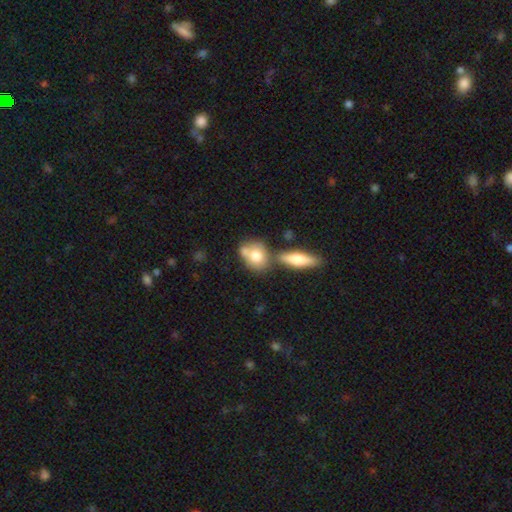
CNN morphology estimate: smooth-or-featured: smooth: 73% | featured or disk: 20% | star or artifact: 7%
  how-rounded: in between: 54% | round: 43% | cigar-shaped: 3%
  merging: merger: 41% | none: 40% | minor disturbance: 14% | major disturbance: 6%